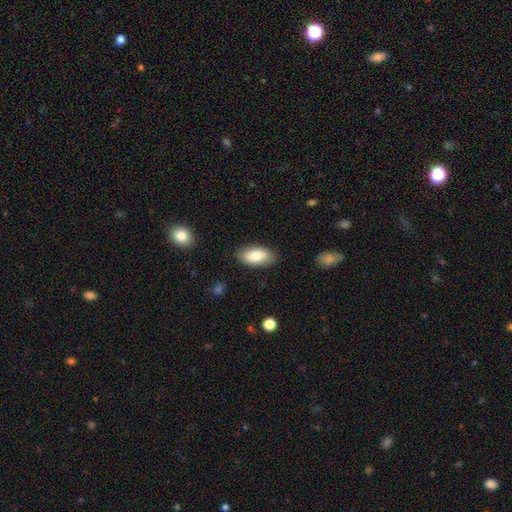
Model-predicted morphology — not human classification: The model was most divided on "smooth or featured": smooth: 81%, featured or disk: 13%, star or artifact: 6%. More confident: how rounded — in between (94%); merging — none (83%).